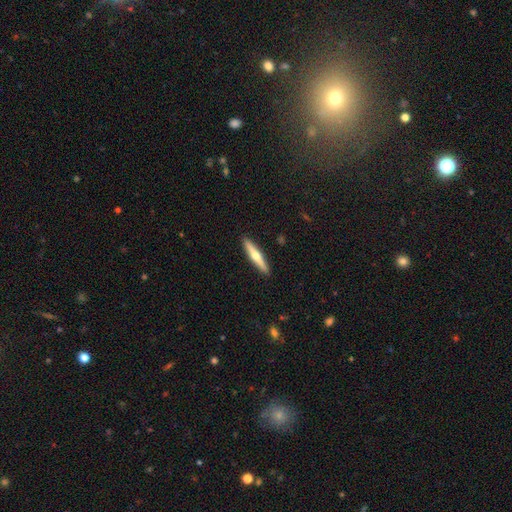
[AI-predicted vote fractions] smooth-or-featured: featured or disk: 59% | smooth: 37% | star or artifact: 5%
  disk-edge-on: yes: 97% | no: 3%
    edge-on-bulge: rounded: 93% | none: 5% | boxy: 2%
  merging: none: 92% | minor disturbance: 6% | major disturbance: 1% | merger: 1%